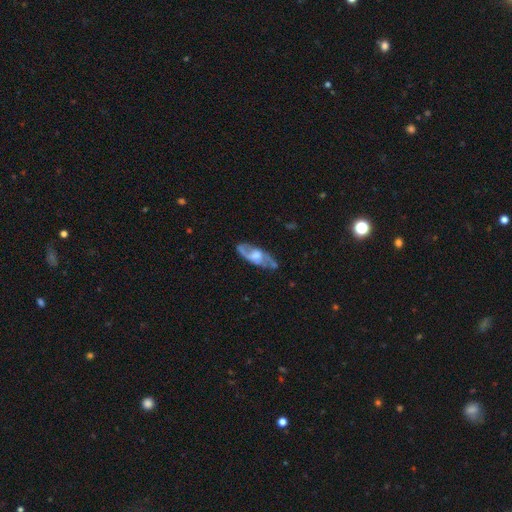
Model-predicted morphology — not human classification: Smooth or featured?
  - featured or disk: 76% *
  - smooth: 19%
  - star or artifact: 6%
Edge-on disk?
  - no: 83% *
  - yes: 17%
Bar?
  - no: 54% *
  - weak: 37%
  - strong: 9%
Spiral arms?
  - yes: 87% *
  - no: 13%
Spiral winding?
  - medium: 48% *
  - loose: 32%
  - tight: 20%
Spiral arm count?
  - 2: 78% *
  - can't tell: 13%
  - 1: 3%
  - 3: 3%
  - 4: 1%
  - more than 4: 1%
Bulge size?
  - moderate: 56% *
  - large: 19%
  - small: 18%
  - none: 5%
  - dominant: 1%
Merging?
  - none: 73% *
  - minor disturbance: 19%
  - major disturbance: 6%
  - merger: 2%